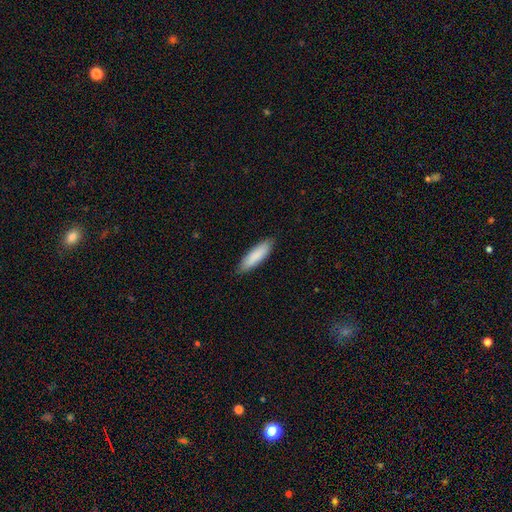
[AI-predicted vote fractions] Smooth or featured: smooth — 86% (featured or disk — 8%)
How rounded: cigar-shaped — 59% (in between — 40%)
Merging: none — 86% (minor disturbance — 11%)